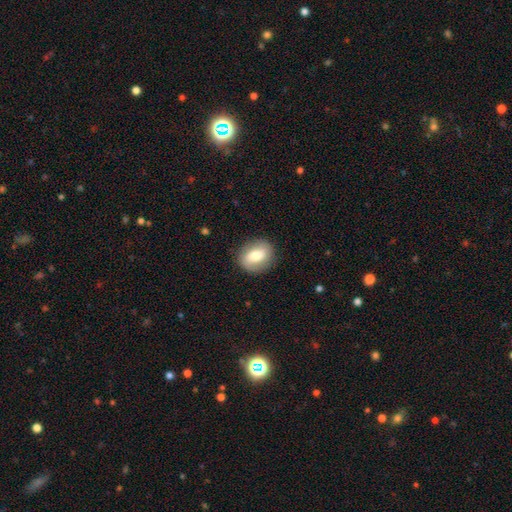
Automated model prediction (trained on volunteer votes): This appears to be a smooth galaxy with no disk features (63%) that is round (54%). Merging: none (86%).